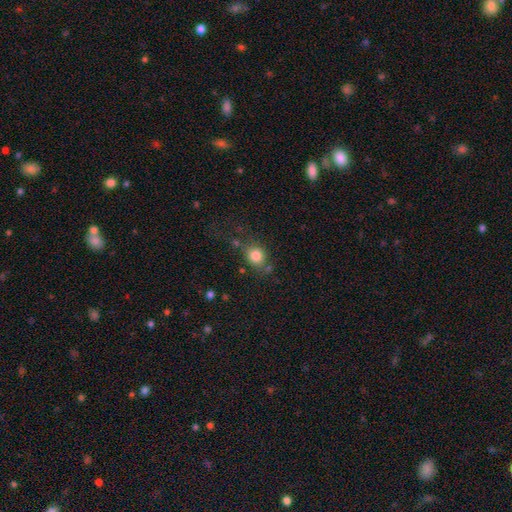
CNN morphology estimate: This appears to be a smooth galaxy with no disk features (82%) that is round (63%). Merging: none (63%).